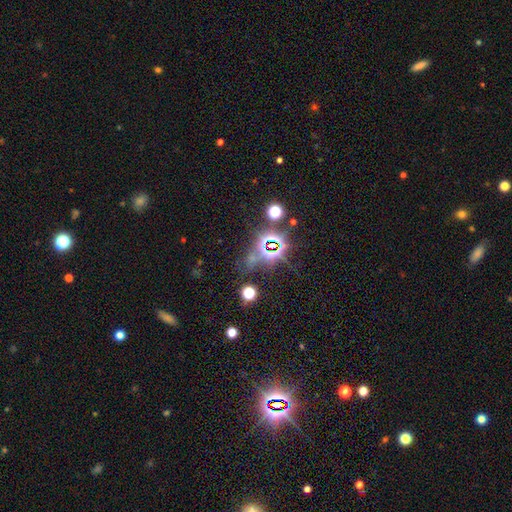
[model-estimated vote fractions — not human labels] Overall: star or artifact (79%).